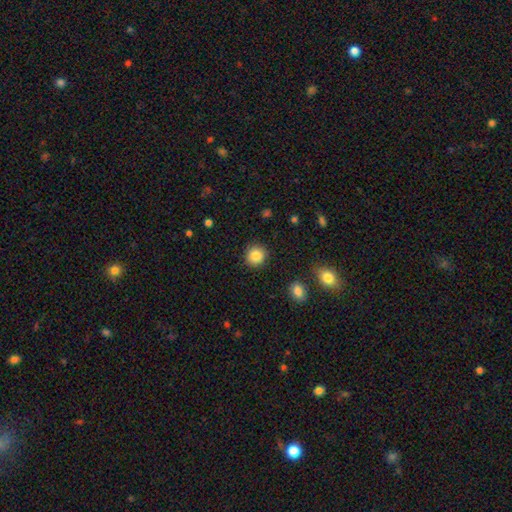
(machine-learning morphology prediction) smooth_or_featured: smooth (p=0.85) [alt: star or artifact p=0.09]
how_rounded: round (p=0.90) [alt: in between p=0.09]
merging: none (p=0.90) [alt: minor disturbance p=0.06]